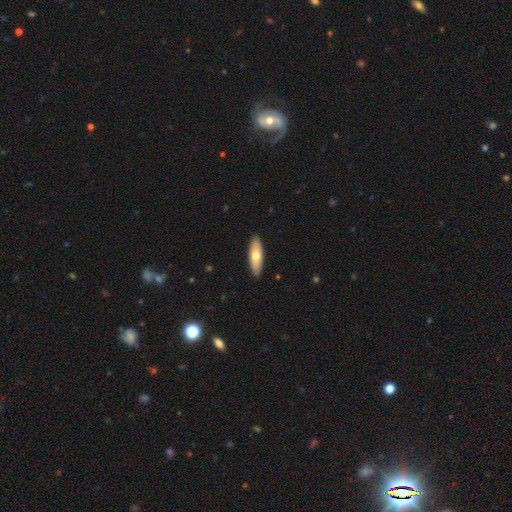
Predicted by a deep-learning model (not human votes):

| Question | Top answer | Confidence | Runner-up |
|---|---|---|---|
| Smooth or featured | smooth | 64% | featured or disk (30%) |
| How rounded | in between | 55% | cigar-shaped (43%) |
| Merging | none | 90% | minor disturbance (7%) |